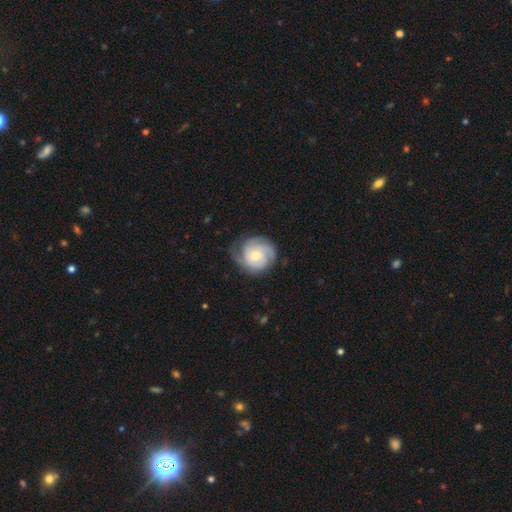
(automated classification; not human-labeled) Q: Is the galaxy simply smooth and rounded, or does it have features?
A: featured or disk — 73%.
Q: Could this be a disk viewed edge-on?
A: no — 98%.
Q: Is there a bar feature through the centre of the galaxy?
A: no — 74%.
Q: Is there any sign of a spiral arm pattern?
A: yes — 92%.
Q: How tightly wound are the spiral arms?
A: tight — 65%.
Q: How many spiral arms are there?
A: can't tell — 30%.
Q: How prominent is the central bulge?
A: moderate — 55%.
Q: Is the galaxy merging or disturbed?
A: none — 65%.